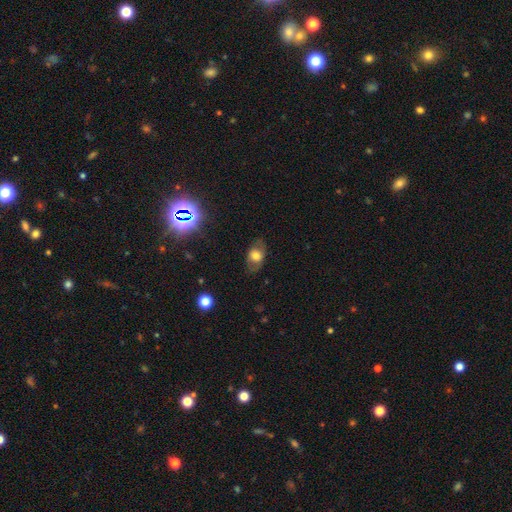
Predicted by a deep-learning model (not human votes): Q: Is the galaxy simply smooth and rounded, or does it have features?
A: smooth — 61%.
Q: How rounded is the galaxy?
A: in between — 81%.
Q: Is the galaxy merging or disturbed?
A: none — 76%.